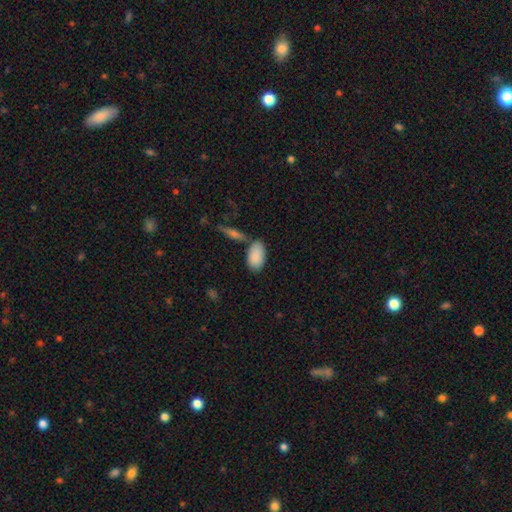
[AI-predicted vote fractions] The model was most divided on "merging": none: 64%, merger: 16%, minor disturbance: 16%, major disturbance: 4%. More confident: how rounded — in between (94%); smooth or featured — smooth (88%).